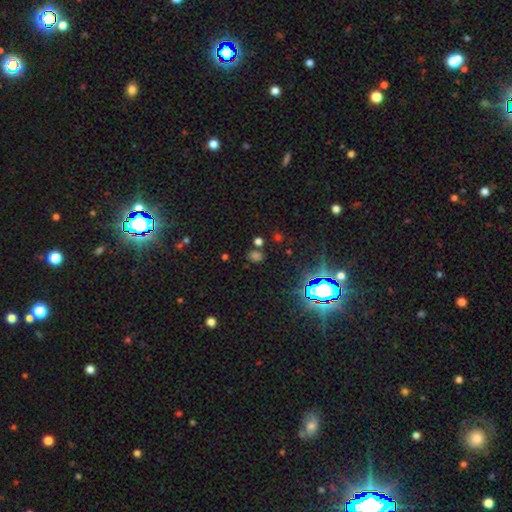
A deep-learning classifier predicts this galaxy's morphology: smooth_or_featured: star or artifact (p=0.57) [alt: smooth p=0.35]